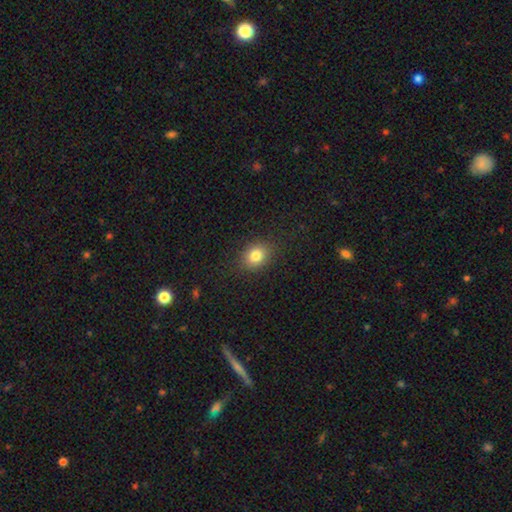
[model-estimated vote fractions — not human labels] smooth_or_featured: smooth (p=0.82) [alt: star or artifact p=0.11]
how_rounded: round (p=0.55) [alt: in between p=0.44]
merging: none (p=0.87) [alt: minor disturbance p=0.09]